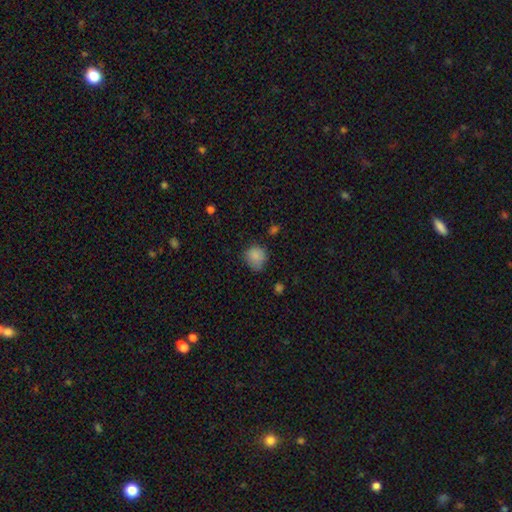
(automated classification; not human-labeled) The model was most divided on "merging": none: 62%, minor disturbance: 29%, major disturbance: 7%, merger: 2%. More confident: smooth or featured — smooth (84%); how rounded — round (77%).